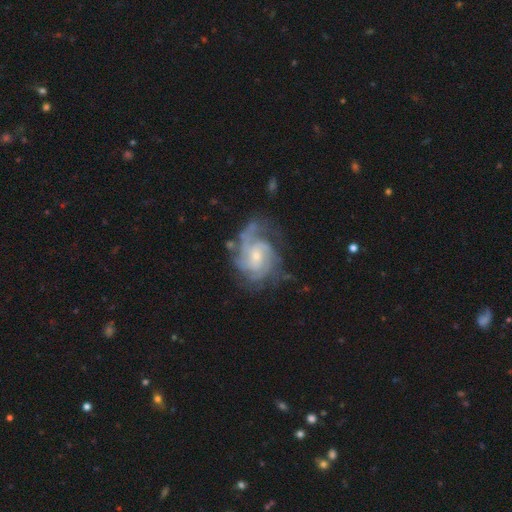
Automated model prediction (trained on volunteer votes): featured or disk 88%, smooth 6%, star or artifact 5%. Down the decision tree: edge-on disk — no (98%); bar — no (57%); spiral arms — yes (97%); spiral arm count — 3 (27%); spiral winding — tight (55%); bulge size — small (63%); merging — none (62%).